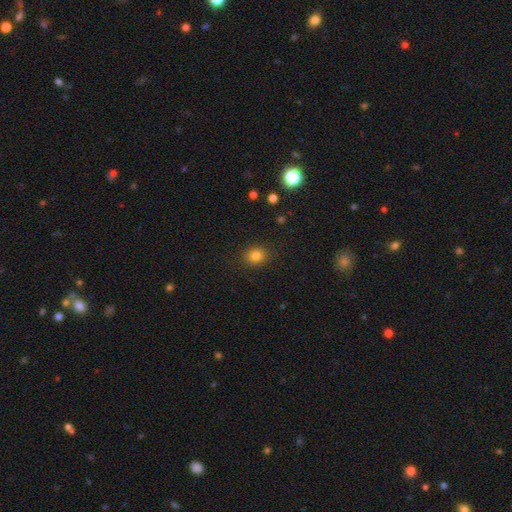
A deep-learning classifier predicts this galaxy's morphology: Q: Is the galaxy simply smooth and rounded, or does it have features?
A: smooth — 82%.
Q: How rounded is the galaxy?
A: round — 72%.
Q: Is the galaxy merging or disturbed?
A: none — 89%.